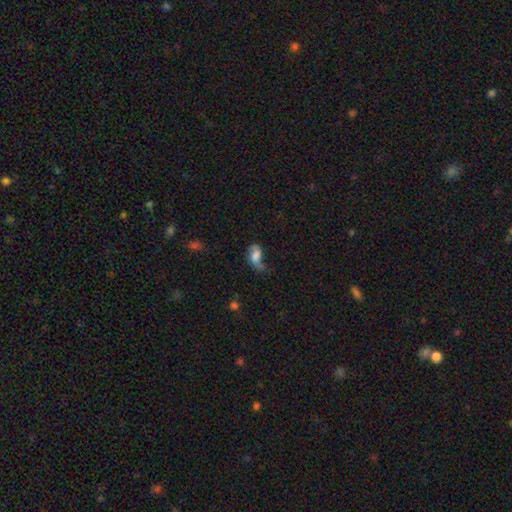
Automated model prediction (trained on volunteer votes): This is possibly a smooth galaxy (49%). Merging: marginally none (35%).